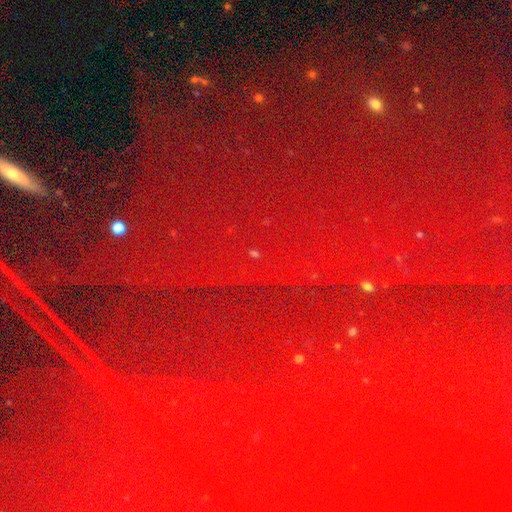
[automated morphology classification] smooth_or_featured: star or artifact (p=0.85) [alt: smooth p=0.08]